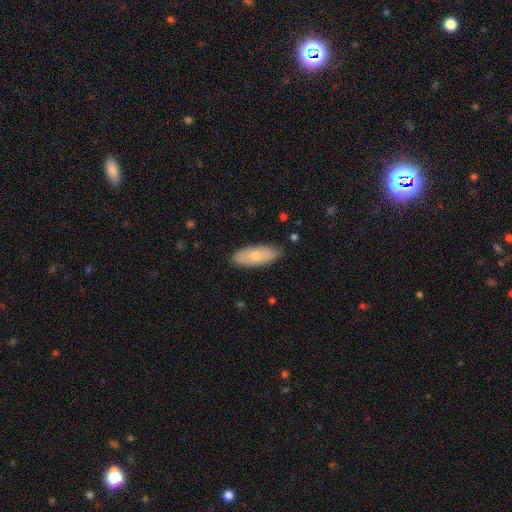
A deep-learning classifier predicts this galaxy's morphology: A smooth galaxy with no disk features (68%) that is in between round and cigar-shaped (76%). Merging: none (83%).